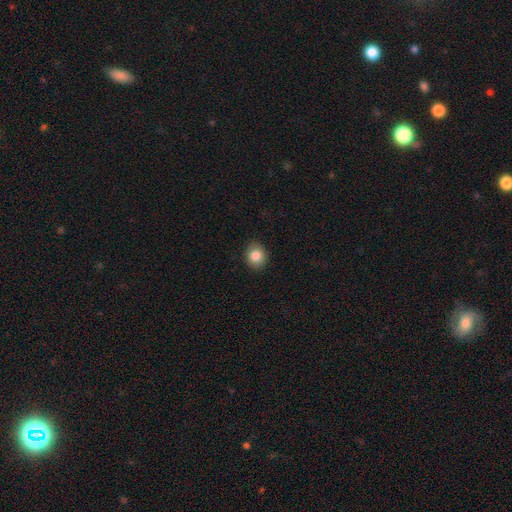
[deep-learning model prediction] smooth-or-featured: smooth: 84% | star or artifact: 9% | featured or disk: 7%
  how-rounded: round: 61% | in between: 38% | cigar-shaped: 1%
  merging: none: 88% | minor disturbance: 9% | major disturbance: 2% | merger: 1%